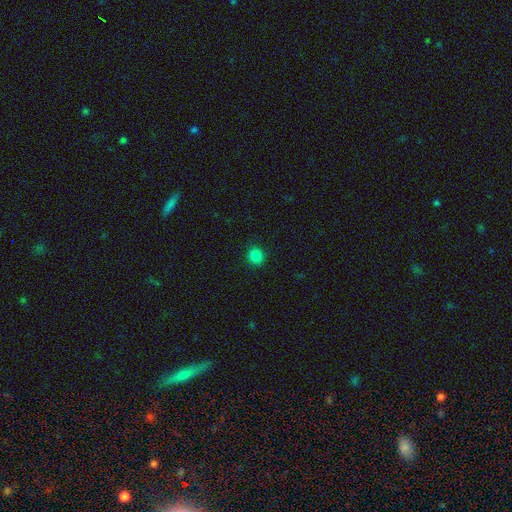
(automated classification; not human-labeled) Smooth or featured: smooth — 84% (star or artifact — 13%)
How rounded: round — 87% (in between — 12%)
Merging: none — 91% (minor disturbance — 6%)